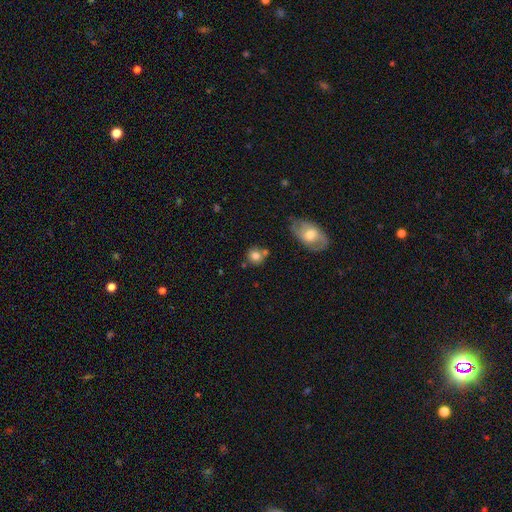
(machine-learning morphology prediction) type=smooth (78%); roundness=round (85%); merging=none (68%).